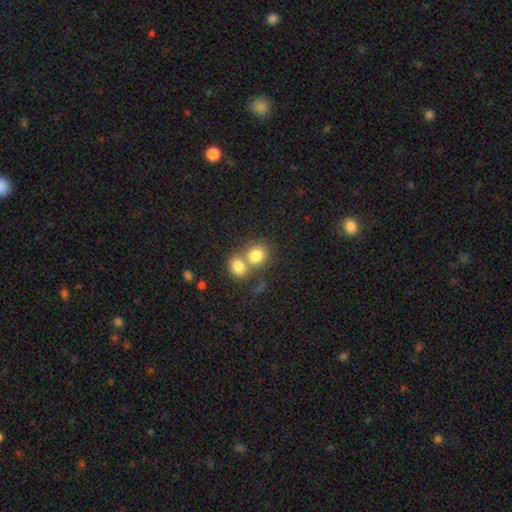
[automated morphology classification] smooth 80%, featured or disk 10%, star or artifact 10%. Down the decision tree: how rounded — round (72%); merging — merger (57%).